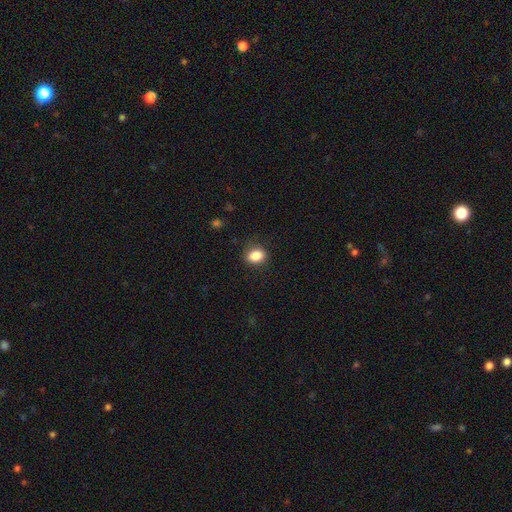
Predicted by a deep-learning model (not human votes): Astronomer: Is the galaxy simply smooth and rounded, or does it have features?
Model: smooth — 86%.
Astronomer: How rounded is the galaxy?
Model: in between — 65%.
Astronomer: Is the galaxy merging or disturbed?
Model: none — 85%.